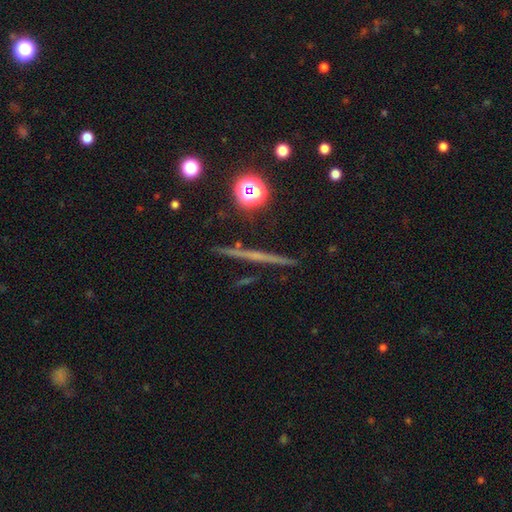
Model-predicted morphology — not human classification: The model was most divided on "smooth or featured": featured or disk: 56%, smooth: 25%, star or artifact: 19%. More confident: edge-on disk — yes (96%); merging — none (89%); edge-on bulge — none (74%).